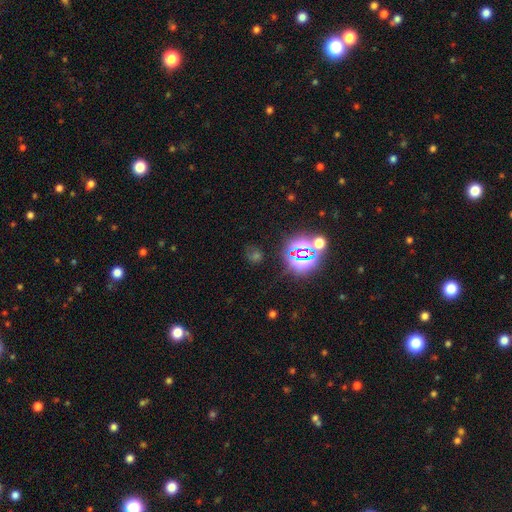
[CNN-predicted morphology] Smooth or featured? Predicted: star or artifact (p=0.61).